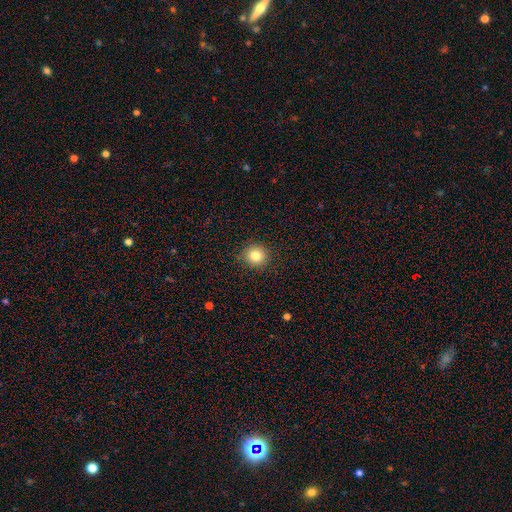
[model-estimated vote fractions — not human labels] Morphology: type=smooth (83%); roundness=round (91%); merging=none (90%).